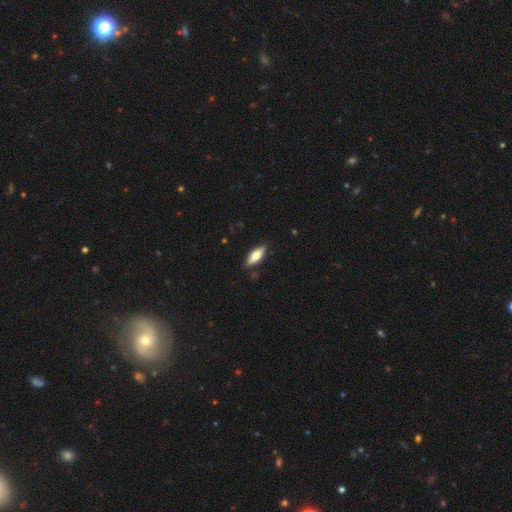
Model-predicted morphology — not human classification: The model was most divided on "smooth or featured": smooth: 57%, featured or disk: 37%, star or artifact: 6%. More confident: merging — none (86%); how rounded — in between (63%).